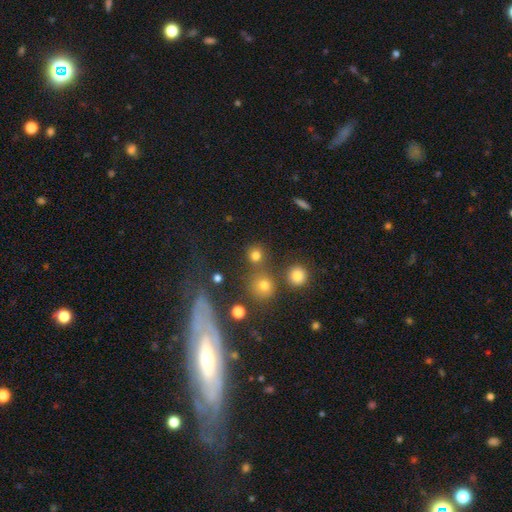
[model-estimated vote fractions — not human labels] This is likely a smooth galaxy (77%). How rounded: clearly round (89%). Merging: likely none (74%).